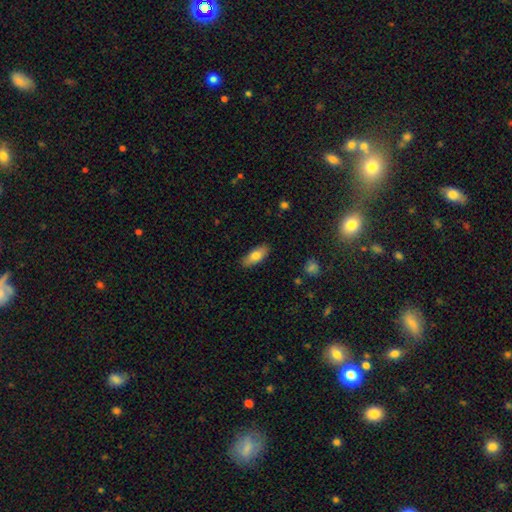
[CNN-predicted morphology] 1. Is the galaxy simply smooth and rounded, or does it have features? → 75% smooth, 18% featured or disk, 6% star or artifact.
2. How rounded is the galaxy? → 79% in between, 18% cigar-shaped, 3% round.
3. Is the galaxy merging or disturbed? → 87% none, 10% minor disturbance, 2% major disturbance, 1% merger.